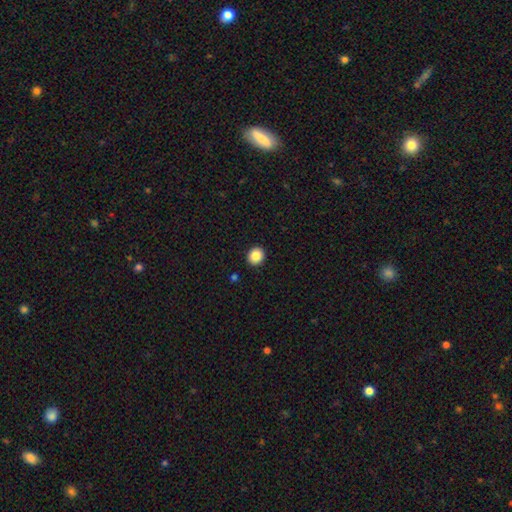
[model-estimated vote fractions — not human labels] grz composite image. It shows a smooth galaxy with no disk features (87%) that is round (78%). Merging: none (92%).